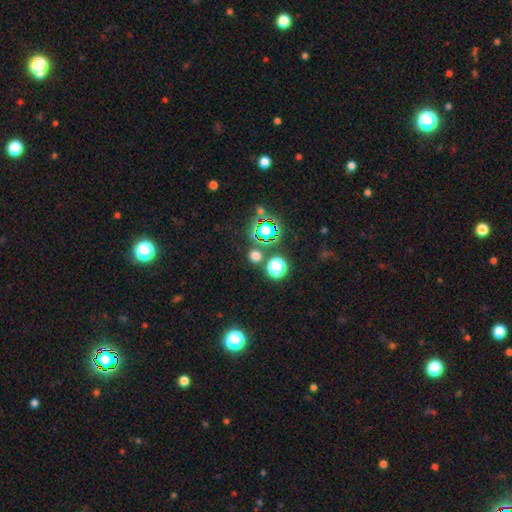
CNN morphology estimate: Smooth or featured?
  - smooth: 55% *
  - star or artifact: 38%
  - featured or disk: 7%
How rounded?
  - round: 85% *
  - in between: 14%
  - cigar-shaped: 1%
Merging?
  - none: 78% *
  - merger: 10%
  - minor disturbance: 8%
  - major disturbance: 4%